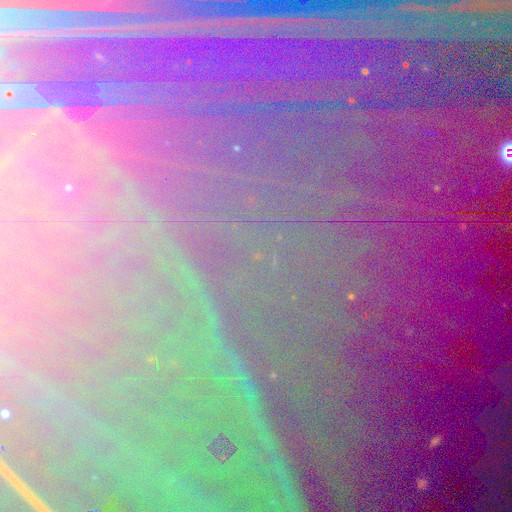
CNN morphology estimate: smooth-or-featured: star or artifact: 84% | smooth: 8% | featured or disk: 8%